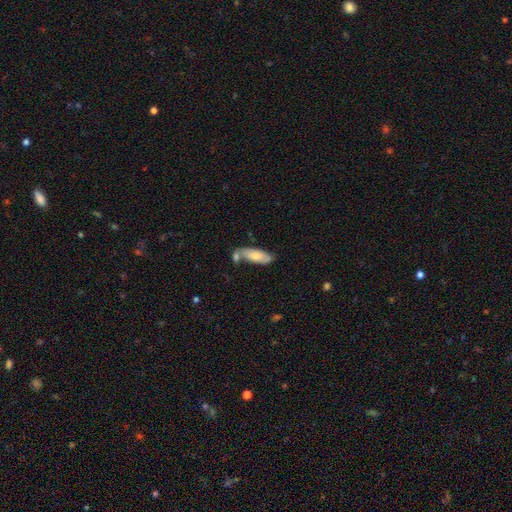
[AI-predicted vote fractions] Smooth or featured? Predicted: smooth (p=0.67). How rounded? Predicted: in between (p=0.65). Merging? Predicted: none (p=0.52).